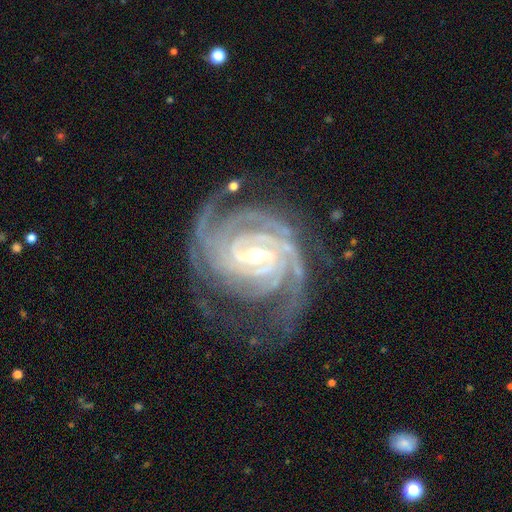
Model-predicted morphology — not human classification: smooth-or-featured: featured or disk: 93% | star or artifact: 4% | smooth: 2%
  disk-edge-on: no: 97% | yes: 3%
    bar: strong: 46% | weak: 40% | no: 13%
    has-spiral-arms: yes: 99% | no: 1%
      spiral-winding: tight: 79% | medium: 19% | loose: 2%
      spiral-arm-count: 4: 27% (tied) | 3: 27% (tied) | 2: 19% | can't tell: 12% | more than 4: 9% | 1: 6%
    bulge-size: small: 53% | moderate: 43% | large: 2% | none: 1% | dominant: 1%
  merging: none: 70% | minor disturbance: 18% | major disturbance: 10% | merger: 2%